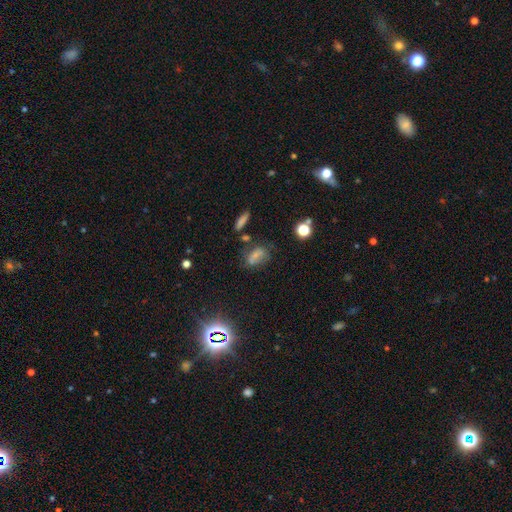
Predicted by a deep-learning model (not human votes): A smooth galaxy with no disk features (56%) that is in between round and cigar-shaped (75%). Merging: none (51%).